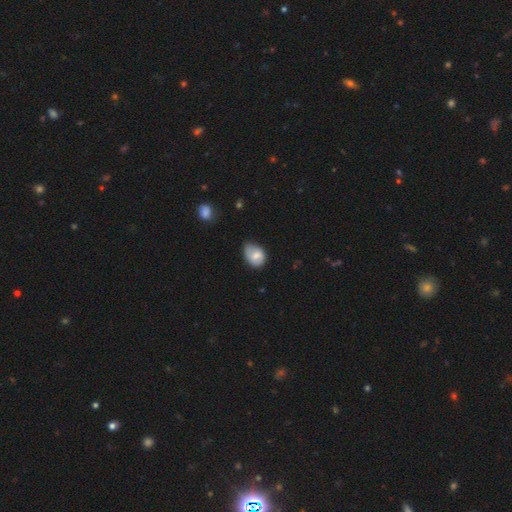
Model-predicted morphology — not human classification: Smooth or featured? Predicted: smooth (p=0.73). How rounded? Predicted: in between (p=0.67). Merging? Predicted: minor disturbance (p=0.45).